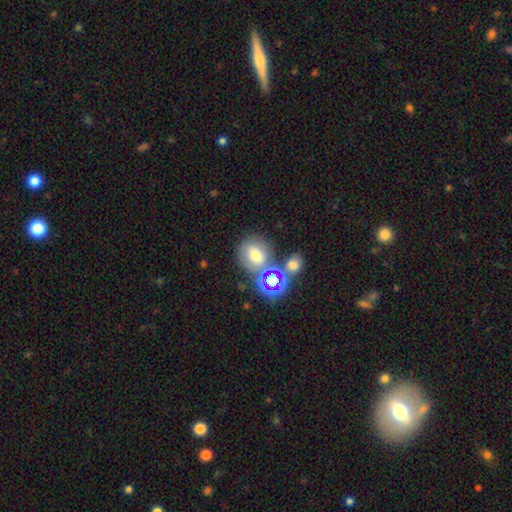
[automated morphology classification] smooth 62%, star or artifact 23%, featured or disk 15%. Down the decision tree: how rounded — round (70%); merging — none (55%).